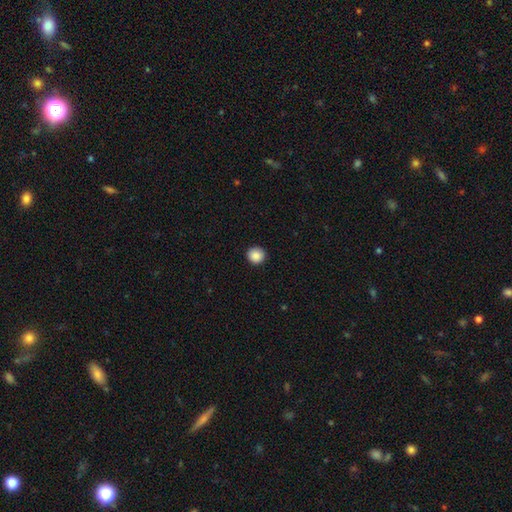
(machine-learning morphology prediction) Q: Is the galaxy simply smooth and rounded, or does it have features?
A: smooth — 88%.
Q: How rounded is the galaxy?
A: round — 93%.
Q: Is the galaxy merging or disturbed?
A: none — 91%.